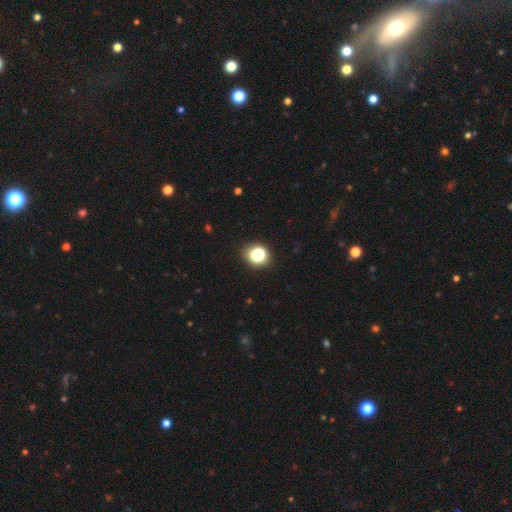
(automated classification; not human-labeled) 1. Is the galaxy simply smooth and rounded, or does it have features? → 64% smooth, 29% star or artifact, 8% featured or disk.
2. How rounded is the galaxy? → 79% round, 20% in between, 1% cigar-shaped.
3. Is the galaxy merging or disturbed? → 79% none, 11% minor disturbance, 6% merger, 5% major disturbance.